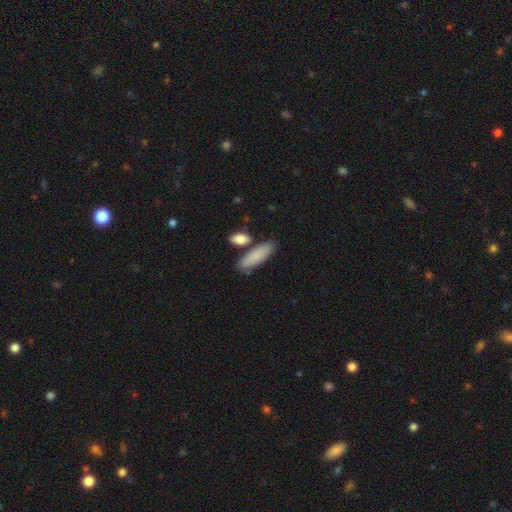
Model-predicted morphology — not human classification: smooth 84%, featured or disk 10%, star or artifact 6%. Down the decision tree: how rounded — in between (56%); merging — none (74%).